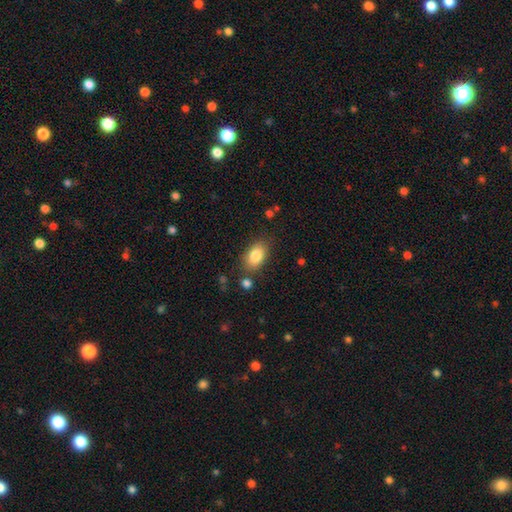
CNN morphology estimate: The model was most divided on "merging": none: 78%, minor disturbance: 13%, merger: 5%, major disturbance: 4%. More confident: how rounded — in between (89%); smooth or featured — smooth (84%).